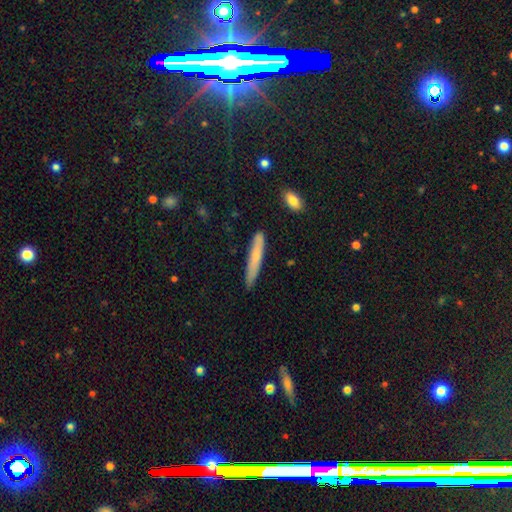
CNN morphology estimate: smooth-or-featured: smooth: 64% | featured or disk: 30% | star or artifact: 6%
  how-rounded: cigar-shaped: 94% | in between: 4% | round: 1%
  merging: none: 82% | minor disturbance: 14% | major disturbance: 2% | merger: 2%